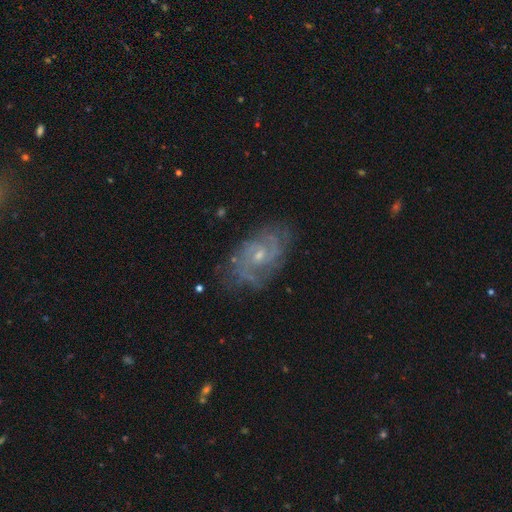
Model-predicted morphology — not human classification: This appears to be a featured or disk galaxy (74%) with no bar (70%), tight (48%) spiral arms (89%) and a small central bulge (63%). Merging: none (77%).